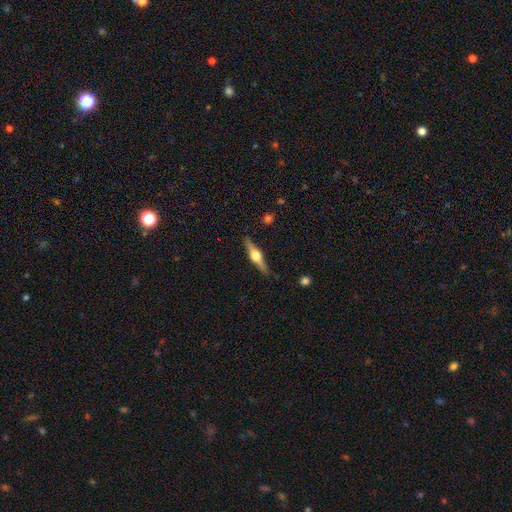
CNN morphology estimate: Overall: featured or disk (75%). Edge-on disk: yes (97%). Edge-on bulge: rounded (95%). Merging: none (87%).